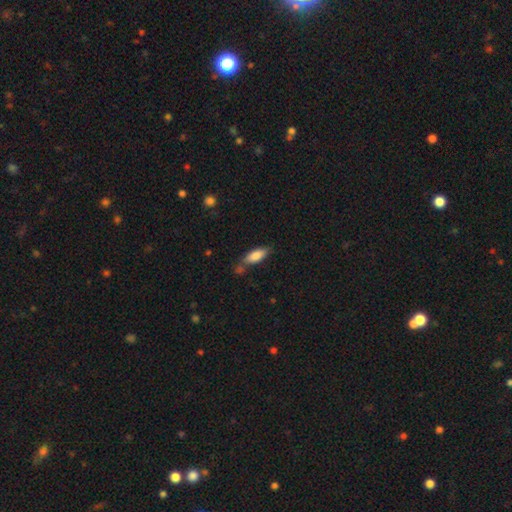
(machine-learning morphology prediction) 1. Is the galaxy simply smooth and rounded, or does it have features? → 79% smooth, 14% featured or disk, 7% star or artifact.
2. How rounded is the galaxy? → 69% in between, 29% cigar-shaped, 2% round.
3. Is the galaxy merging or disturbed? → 61% none, 20% minor disturbance, 13% merger, 5% major disturbance.